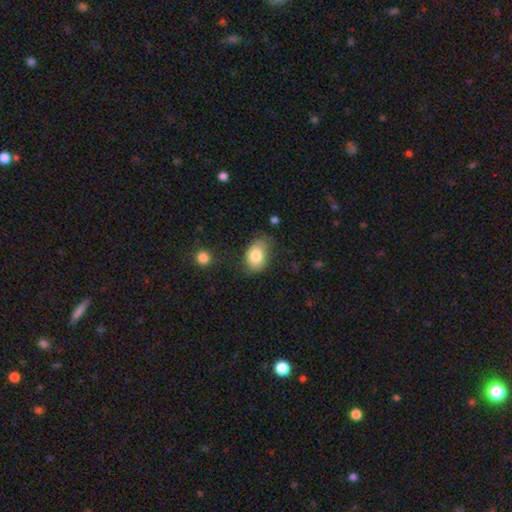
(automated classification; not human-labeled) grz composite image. It shows a smooth galaxy with no disk features (81%) that is in between round and cigar-shaped (78%). Merging: none (60%).